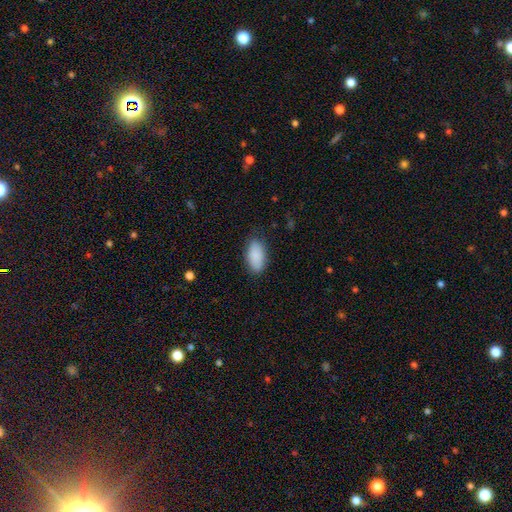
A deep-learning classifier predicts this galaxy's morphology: This is clearly a smooth galaxy (89%). How rounded: clearly in between (93%). Merging: clearly none (82%).